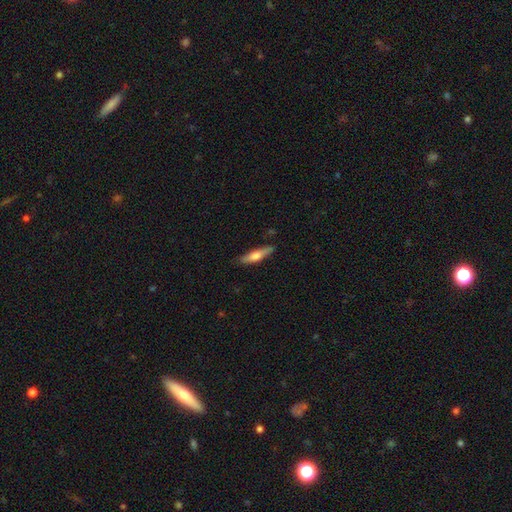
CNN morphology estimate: Q: Smooth or featured?
A: smooth (57%); runner-up: featured or disk (37%)
Q: How rounded?
A: cigar-shaped (76%); runner-up: in between (22%)
Q: Merging?
A: none (83%); runner-up: minor disturbance (13%)